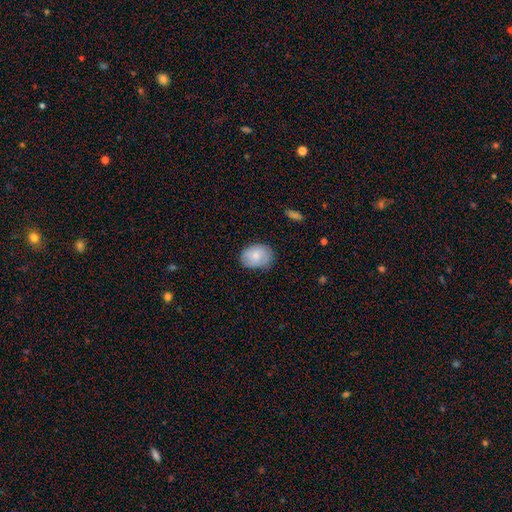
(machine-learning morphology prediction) smooth 75%, featured or disk 19%, star or artifact 7%. Down the decision tree: how rounded — in between (67%); merging — none (74%).